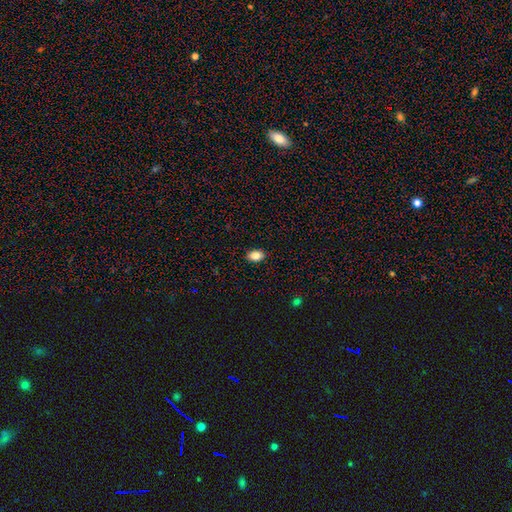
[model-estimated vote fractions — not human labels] smooth_or_featured: smooth (p=0.84) [alt: star or artifact p=0.09]
how_rounded: in between (p=0.79) [alt: round p=0.20]
merging: none (p=0.89) [alt: minor disturbance p=0.08]